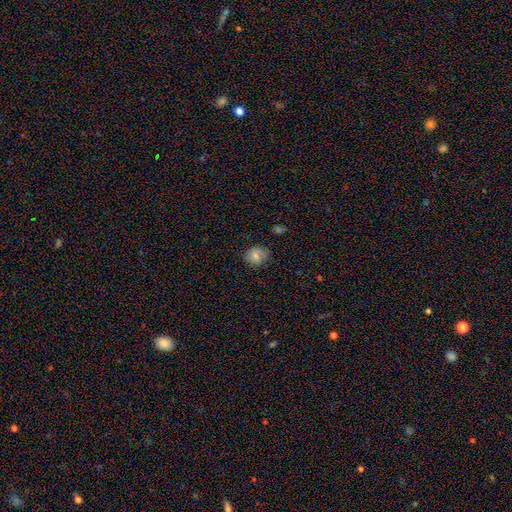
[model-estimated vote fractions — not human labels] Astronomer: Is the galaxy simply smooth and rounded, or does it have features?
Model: smooth — 78%.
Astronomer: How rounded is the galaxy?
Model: round — 74%.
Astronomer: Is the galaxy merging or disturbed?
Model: none — 80%.